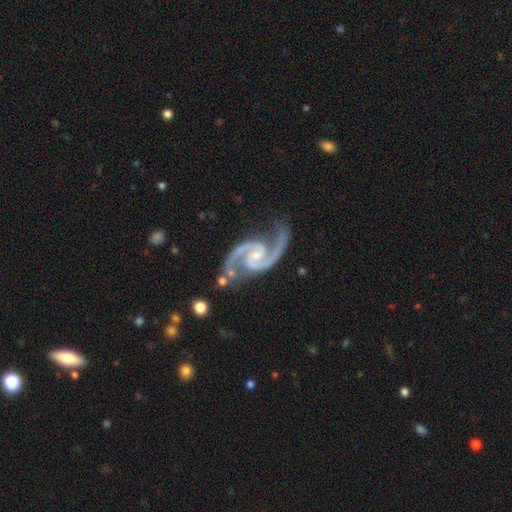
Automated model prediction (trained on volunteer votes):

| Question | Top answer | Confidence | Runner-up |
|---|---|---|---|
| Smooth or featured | featured or disk | 95% | star or artifact (3%) |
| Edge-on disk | no | 98% | yes (2%) |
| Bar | weak | 48% | no (36%) |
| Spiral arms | yes | 99% | no (1%) |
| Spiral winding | medium | 68% | loose (17%) |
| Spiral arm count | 2 | 95% | 3 (1%) |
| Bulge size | small | 63% | moderate (25%) |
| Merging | none | 72% | minor disturbance (17%) |